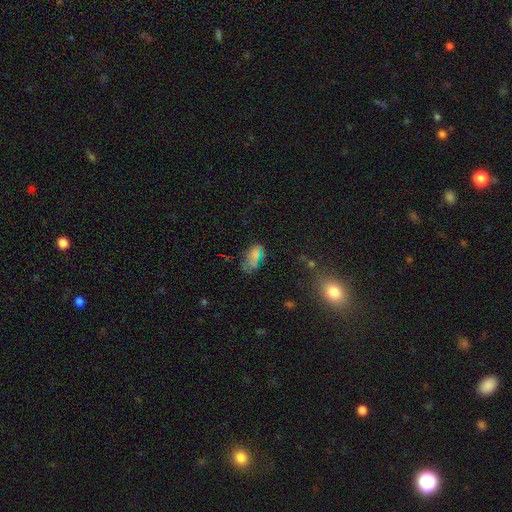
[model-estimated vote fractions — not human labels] smooth 62%, star or artifact 22%, featured or disk 16%. Down the decision tree: how rounded — in between (90%); merging — none (54%).